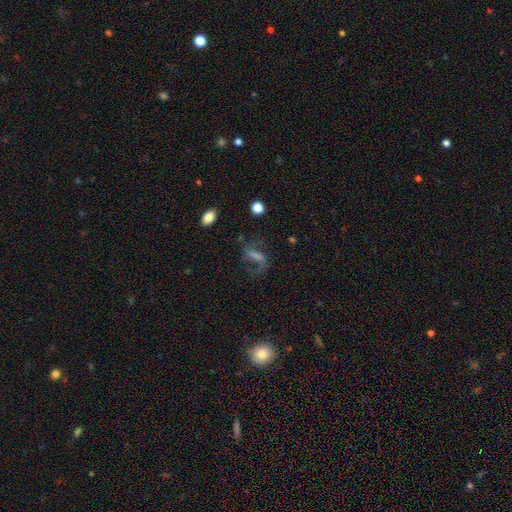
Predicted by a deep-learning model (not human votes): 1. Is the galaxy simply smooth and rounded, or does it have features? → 60% featured or disk, 22% smooth, 18% star or artifact.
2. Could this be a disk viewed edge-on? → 93% no, 7% yes.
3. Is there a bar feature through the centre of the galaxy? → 38% strong (tied), 38% weak (tied), 24% no.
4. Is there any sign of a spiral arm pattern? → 85% yes, 15% no.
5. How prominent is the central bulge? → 45% none, 26% small, 19% moderate, 8% large, 2% dominant.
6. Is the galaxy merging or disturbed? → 59% none, 21% major disturbance, 17% minor disturbance, 3% merger.